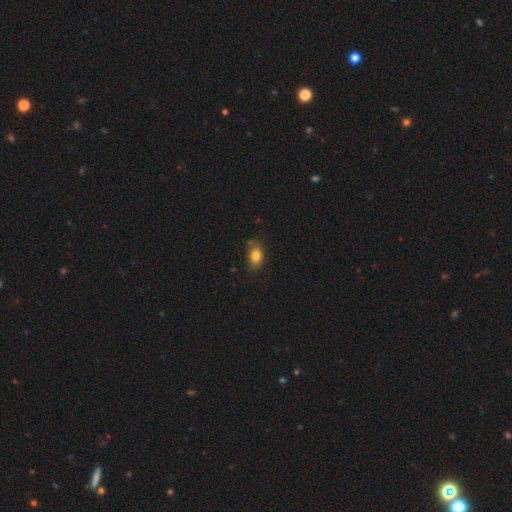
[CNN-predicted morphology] smooth_or_featured: smooth (p=0.83) [alt: star or artifact p=0.09]
how_rounded: in between (p=0.79) [alt: round p=0.19]
merging: none (p=0.72) [alt: minor disturbance p=0.20]